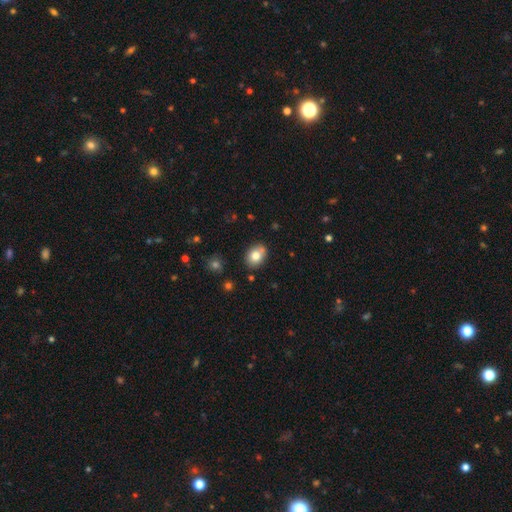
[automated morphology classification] smooth-or-featured: smooth: 78% | featured or disk: 12% | star or artifact: 9%
  how-rounded: in between: 63% | round: 36% | cigar-shaped: 1%
  merging: none: 74% | minor disturbance: 14% | merger: 8% | major disturbance: 3%